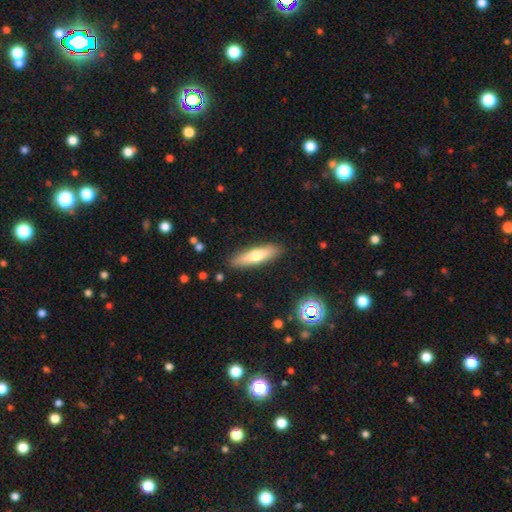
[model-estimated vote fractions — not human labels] Smooth or featured? smooth (62%)
How rounded? cigar-shaped (69%)
Merging? none (88%)